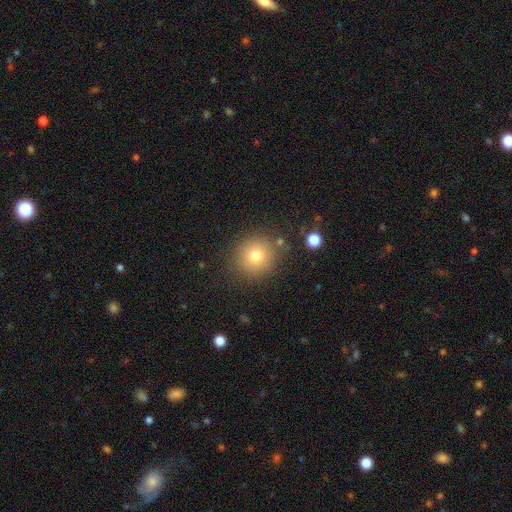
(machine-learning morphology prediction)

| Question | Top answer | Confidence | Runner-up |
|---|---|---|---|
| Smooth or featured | smooth | 75% | star or artifact (14%) |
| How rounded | round | 91% | in between (8%) |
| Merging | none | 85% | minor disturbance (9%) |